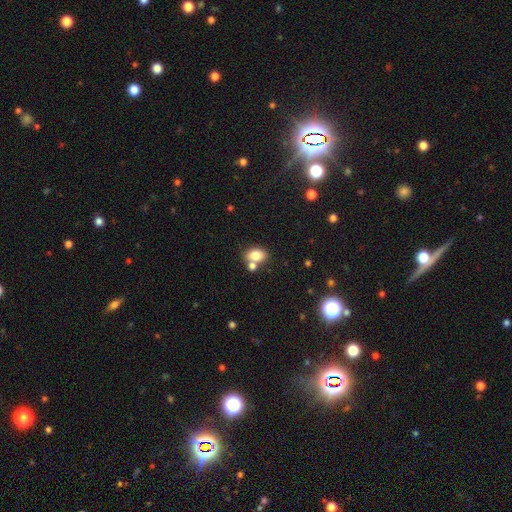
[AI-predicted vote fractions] Smooth or featured? smooth (79%)
How rounded? in between (80%)
Merging? none (54%)